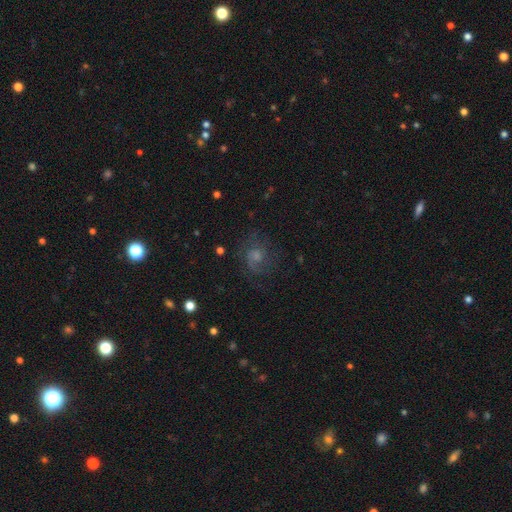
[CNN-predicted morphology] Smooth or featured: featured or disk — 59% (smooth — 24%)
Edge-on disk: no — 97% (yes — 3%)
Bar: no — 66% (weak — 30%)
Spiral arms: yes — 89% (no — 11%)
Spiral winding: medium — 49% (tight — 30%)
Spiral arm count: 2 — 60% (can't tell — 20%)
Bulge size: moderate — 37% (small — 33%)
Merging: none — 68% (minor disturbance — 17%)